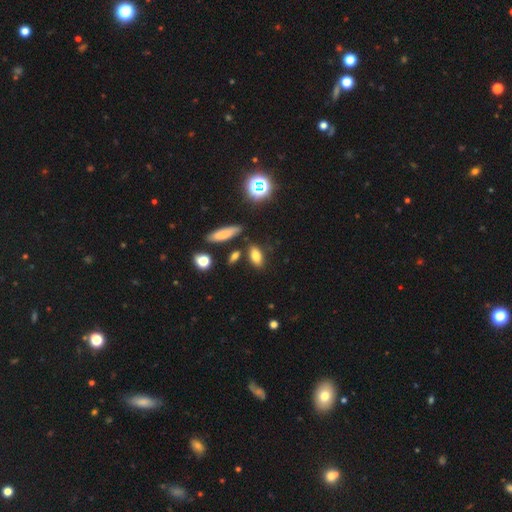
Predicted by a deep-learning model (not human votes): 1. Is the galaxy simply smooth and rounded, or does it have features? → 76% smooth, 13% star or artifact, 11% featured or disk.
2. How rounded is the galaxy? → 78% in between, 15% cigar-shaped, 7% round.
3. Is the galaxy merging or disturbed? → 78% none, 12% minor disturbance, 7% merger, 4% major disturbance.